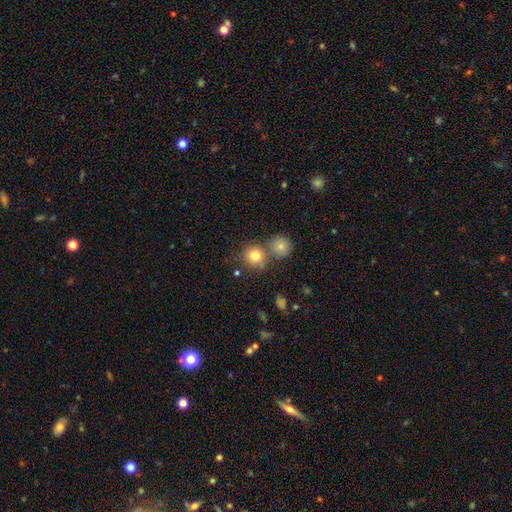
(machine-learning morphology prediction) smooth-or-featured: smooth: 79% | star or artifact: 13% | featured or disk: 8%
  how-rounded: round: 89% | in between: 10% | cigar-shaped: 1%
  merging: none: 64% | merger: 24% | minor disturbance: 9% | major disturbance: 3%